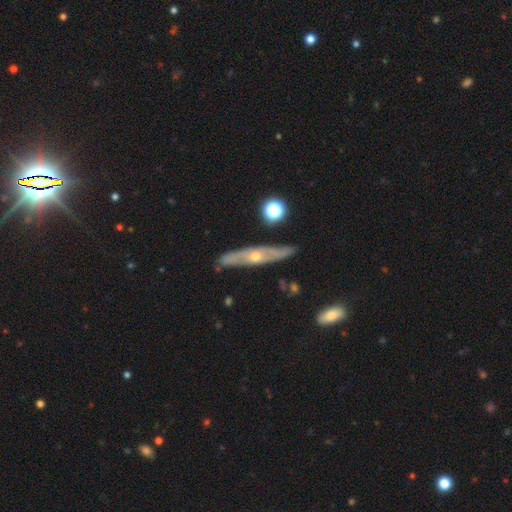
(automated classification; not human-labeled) This is likely a featured or disk galaxy (73%). It is likely viewed edge-on (64%). Merging: clearly none (82%).